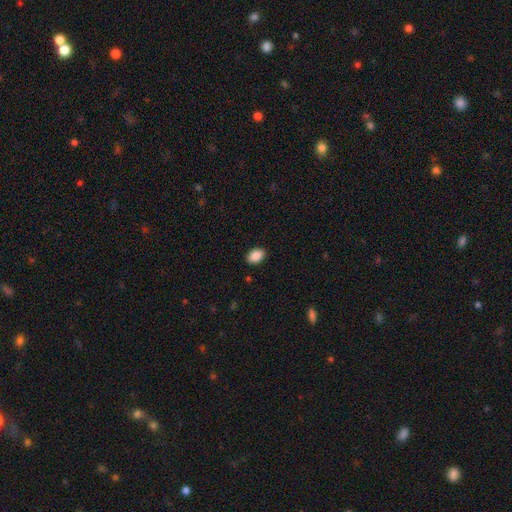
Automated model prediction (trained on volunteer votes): Q: Smooth or featured?
A: smooth (89%); runner-up: star or artifact (7%)
Q: How rounded?
A: in between (86%); runner-up: round (13%)
Q: Merging?
A: none (89%); runner-up: minor disturbance (8%)